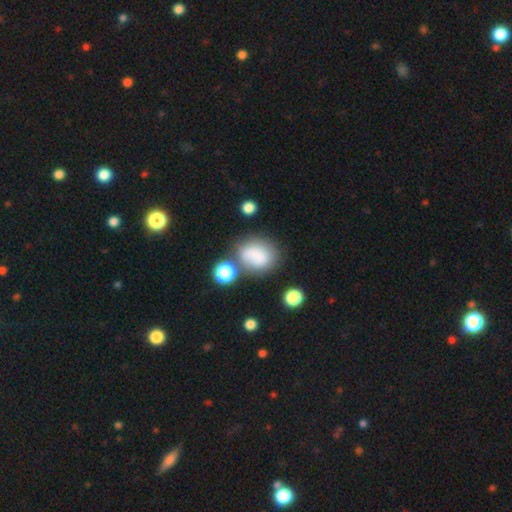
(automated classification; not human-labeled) Q: Smooth or featured?
A: smooth (73%); runner-up: featured or disk (16%)
Q: How rounded?
A: round (51%); runner-up: in between (47%)
Q: Merging?
A: none (50%); runner-up: minor disturbance (20%)